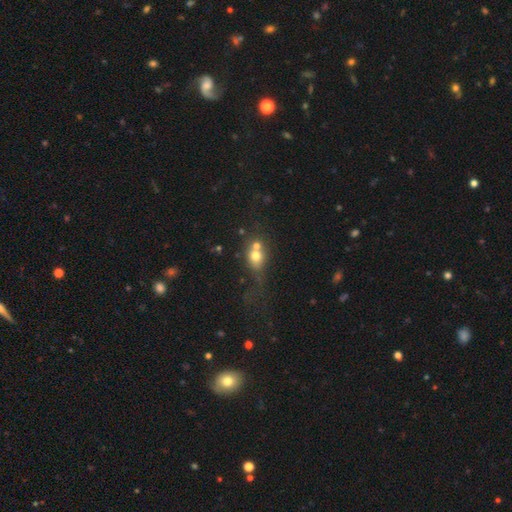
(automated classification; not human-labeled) Smooth or featured? smooth (66%)
How rounded? round (57%)
Merging? merger (45%)